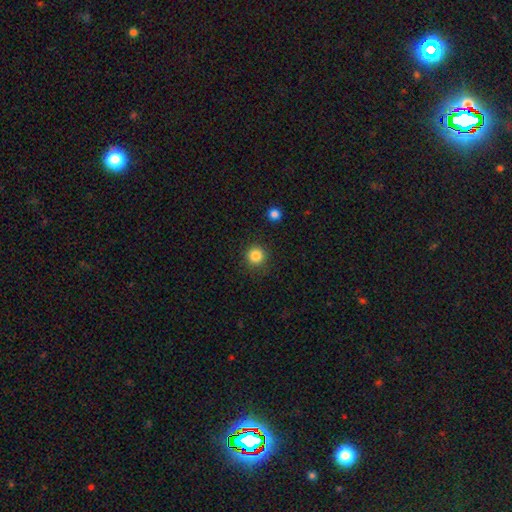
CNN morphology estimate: Overall: smooth (85%). How rounded: round (94%). Merging: none (89%).